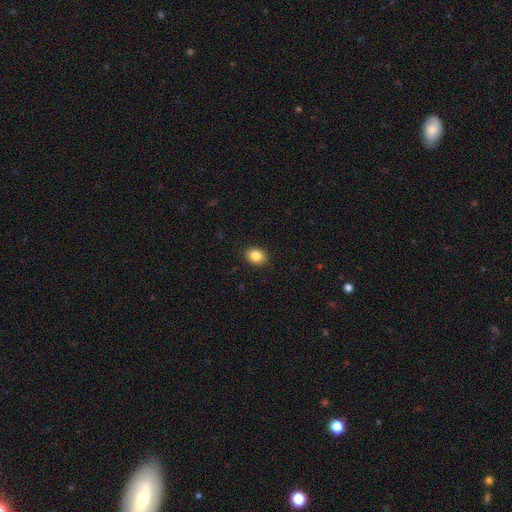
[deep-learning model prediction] This appears to be a smooth galaxy with no disk features (86%) that is in between round and cigar-shaped (53%). Merging: none (90%).